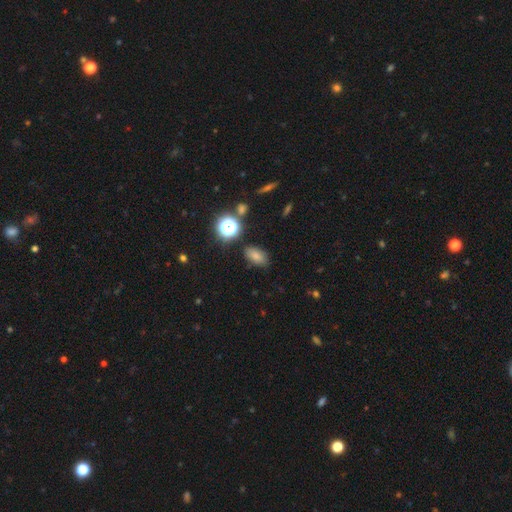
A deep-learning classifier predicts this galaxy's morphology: smooth 76%, star or artifact 17%, featured or disk 8%. Down the decision tree: how rounded — in between (85%); merging — none (81%).